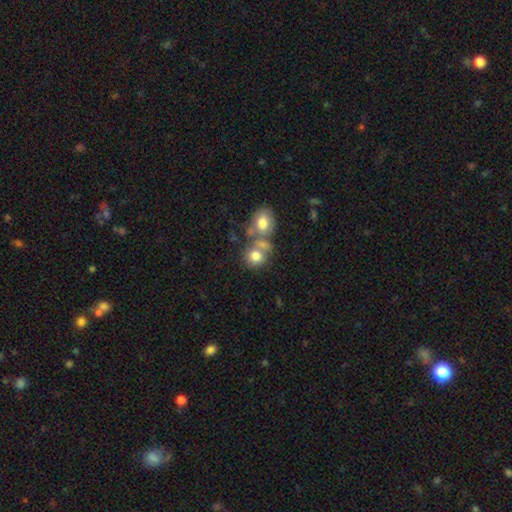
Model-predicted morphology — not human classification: Smooth or featured: smooth — 76% (featured or disk — 14%)
How rounded: round — 70% (in between — 29%)
Merging: merger — 49% (none — 36%)